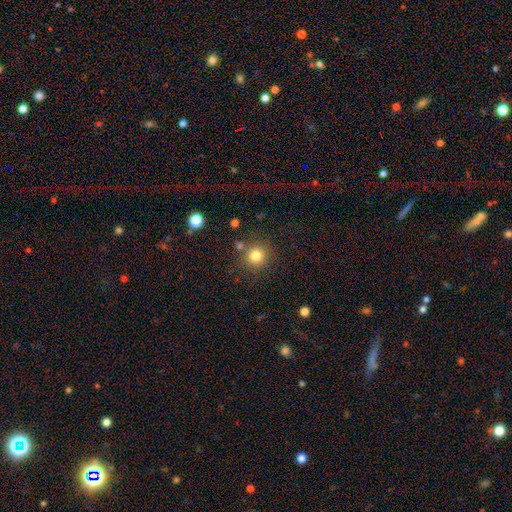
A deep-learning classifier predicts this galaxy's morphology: Smooth or featured? Predicted: smooth (p=0.81). How rounded? Predicted: round (p=0.93). Merging? Predicted: none (p=0.81).